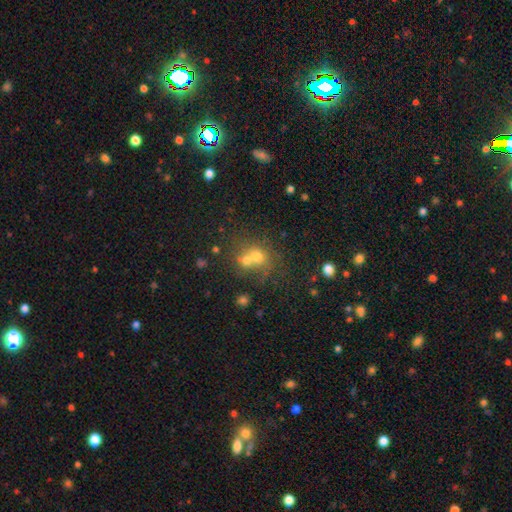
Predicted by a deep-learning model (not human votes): Smooth or featured: smooth — 61% (star or artifact — 19%)
How rounded: round — 72% (in between — 27%)
Merging: merger — 53% (none — 35%)